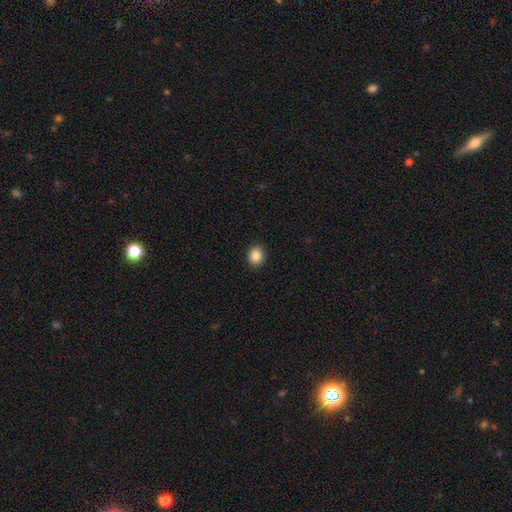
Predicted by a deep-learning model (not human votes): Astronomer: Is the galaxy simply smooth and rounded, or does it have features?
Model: smooth — 87%.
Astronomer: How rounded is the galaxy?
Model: round — 78%.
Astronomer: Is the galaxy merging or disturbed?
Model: none — 91%.